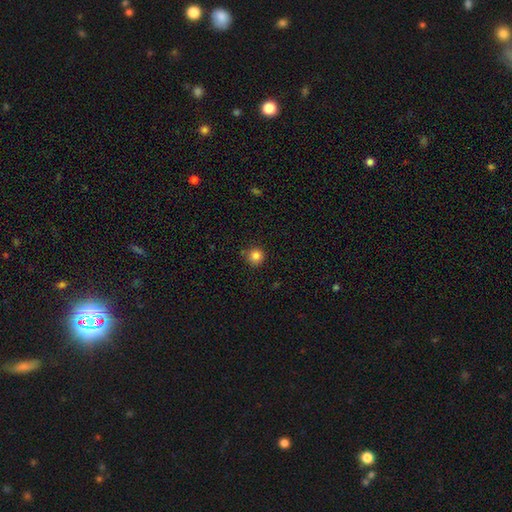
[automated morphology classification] Smooth or featured: smooth — 84% (star or artifact — 12%)
How rounded: round — 95% (in between — 4%)
Merging: none — 87% (minor disturbance — 9%)